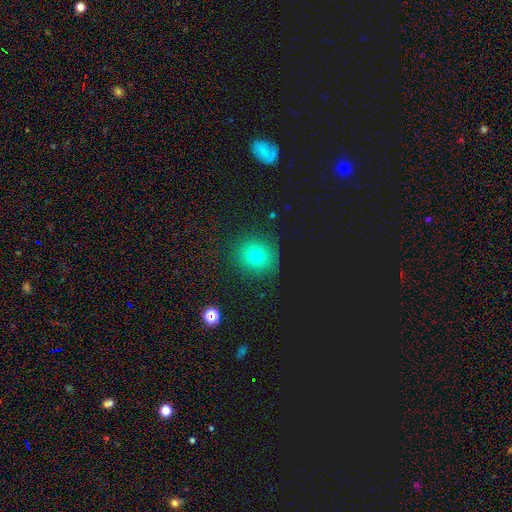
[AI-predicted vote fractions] smooth 70%, star or artifact 20%, featured or disk 10%. Down the decision tree: how rounded — round (88%); merging — none (85%).